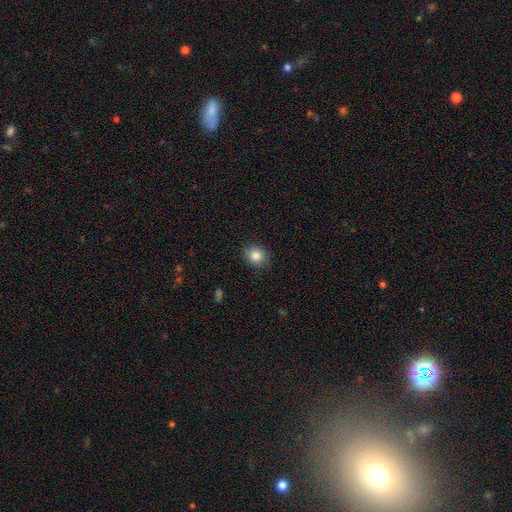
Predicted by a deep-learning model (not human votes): The model was most divided on "how rounded": round: 73%, in between: 26%, cigar-shaped: 1%. More confident: smooth or featured — smooth (85%); merging — none (85%).